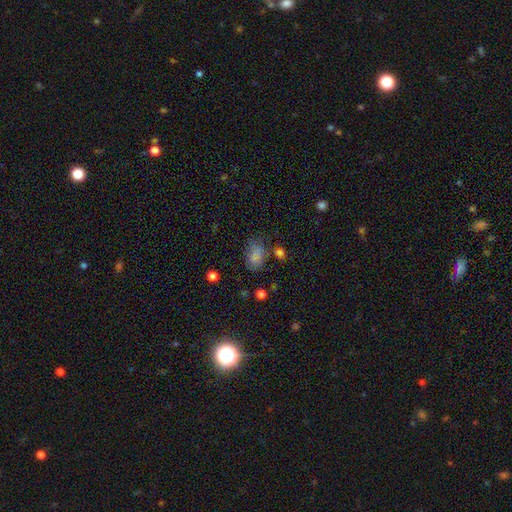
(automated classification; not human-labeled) Overall: smooth (79%). How rounded: in between (83%). Merging: none (57%; minor disturbance 25%).